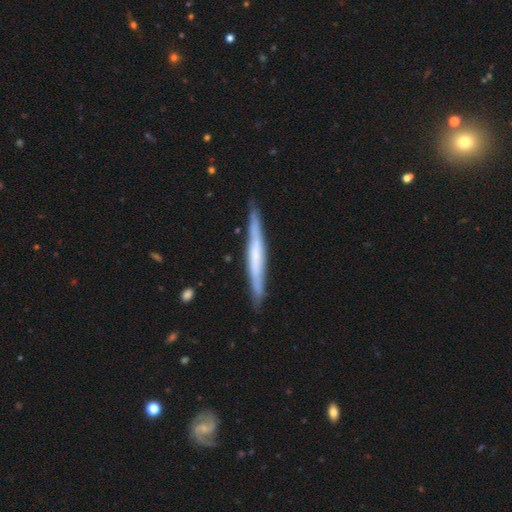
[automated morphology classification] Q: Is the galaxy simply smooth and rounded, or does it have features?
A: featured or disk — 55%.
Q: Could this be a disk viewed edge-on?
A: yes — 94%.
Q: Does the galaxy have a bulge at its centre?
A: none — 65%.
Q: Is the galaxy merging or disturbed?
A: none — 87%.